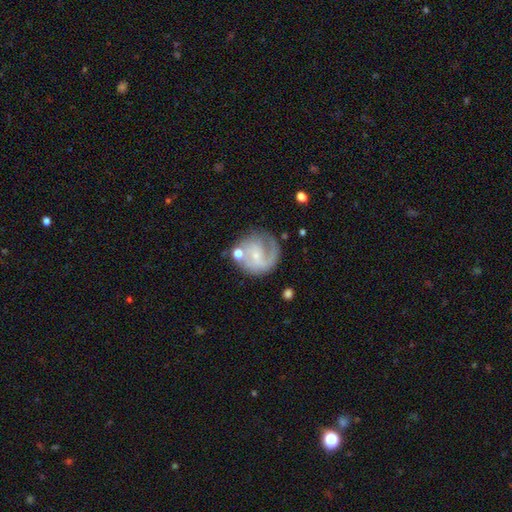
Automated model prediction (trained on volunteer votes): This appears to be a featured or disk galaxy (71%) with no bar (57%), 1 (39%) medium (40%) spiral arms (87%) and a small central bulge (76%). Merging: none (57%).